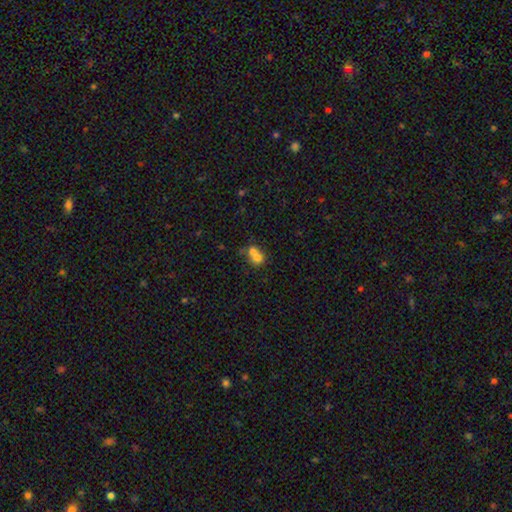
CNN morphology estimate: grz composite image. It shows a smooth galaxy with no disk features (68%) that is round (71%). Merging: merger (68%).